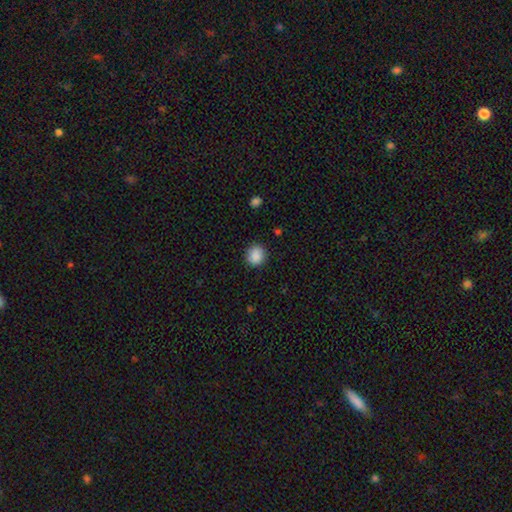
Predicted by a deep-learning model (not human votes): Morphology: type=smooth (88%); roundness=round (85%); merging=none (88%).